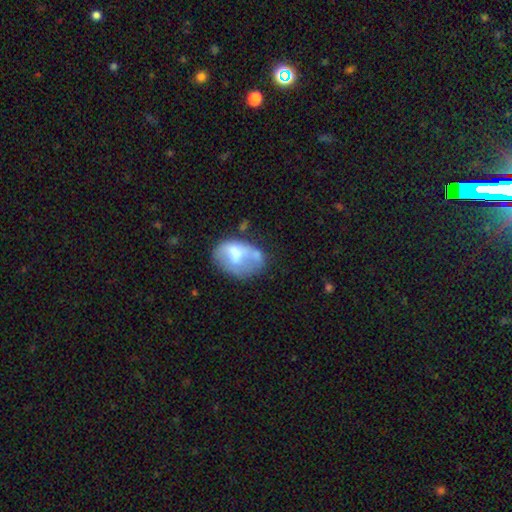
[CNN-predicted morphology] The model was most divided on "merging": none: 32%, minor disturbance: 28%, major disturbance: 25%, merger: 15%. More confident: how rounded — in between (80%); smooth or featured — smooth (53%).